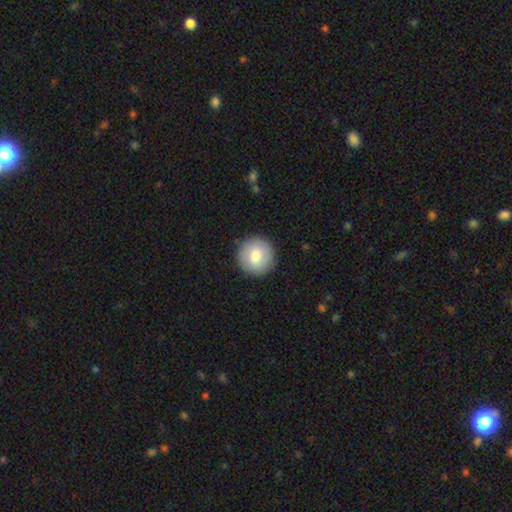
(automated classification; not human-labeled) Smooth or featured?
  - smooth: 78% *
  - featured or disk: 15%
  - star or artifact: 7%
How rounded?
  - round: 95% *
  - in between: 4%
  - cigar-shaped: 1%
Merging?
  - none: 90% *
  - minor disturbance: 7%
  - major disturbance: 2%
  - merger: 1%